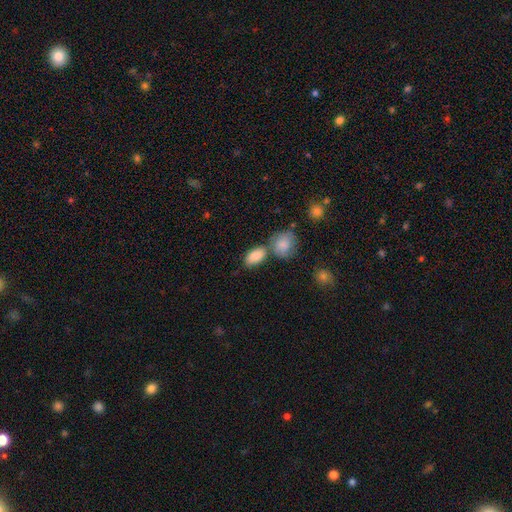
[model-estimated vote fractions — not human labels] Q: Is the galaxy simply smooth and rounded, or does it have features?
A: smooth — 86%.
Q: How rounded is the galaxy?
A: in between — 89%.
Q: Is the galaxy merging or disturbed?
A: none — 53%.